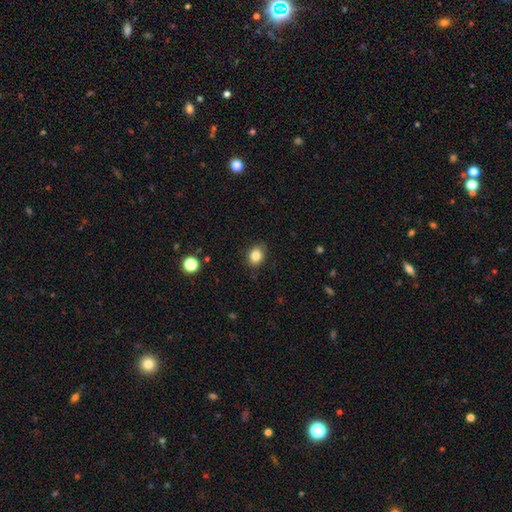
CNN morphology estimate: smooth_or_featured: smooth (p=0.84) [alt: star or artifact p=0.10]
how_rounded: in between (p=0.54) [alt: round p=0.45]
merging: none (p=0.86) [alt: minor disturbance p=0.11]